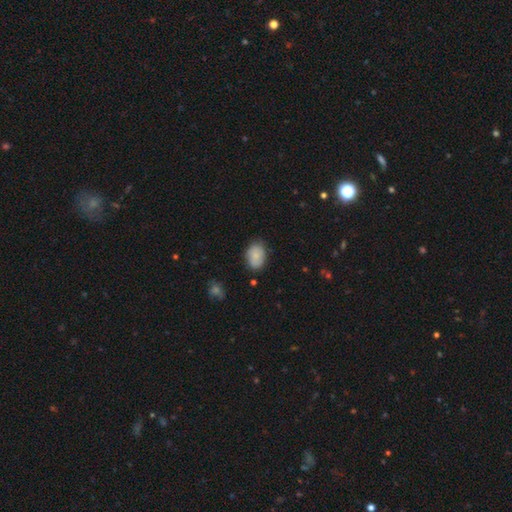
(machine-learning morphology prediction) smooth-or-featured: smooth: 81% | featured or disk: 12% | star or artifact: 7%
  how-rounded: in between: 83% | round: 16% | cigar-shaped: 1%
  merging: none: 76% | minor disturbance: 18% | major disturbance: 3% | merger: 2%